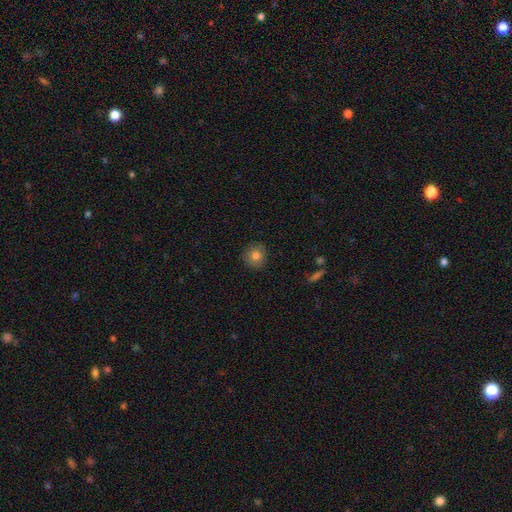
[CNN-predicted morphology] A smooth galaxy with no disk features (82%) that is round (90%). Merging: none (89%).